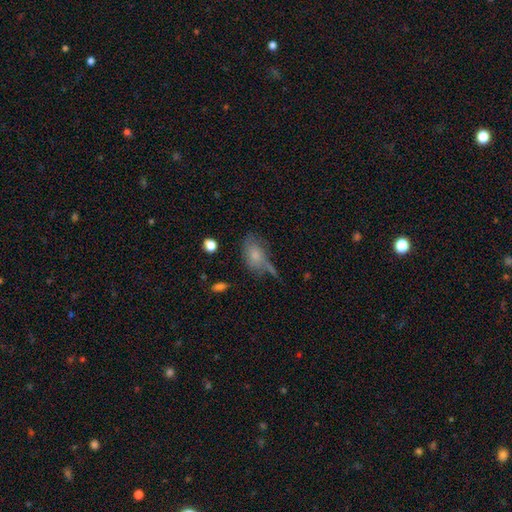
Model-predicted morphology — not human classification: smooth-or-featured: smooth: 64% | featured or disk: 26% | star or artifact: 10%
  how-rounded: in between: 86% | round: 11% | cigar-shaped: 3%
  merging: none: 41% | minor disturbance: 30% | major disturbance: 20% | merger: 9%